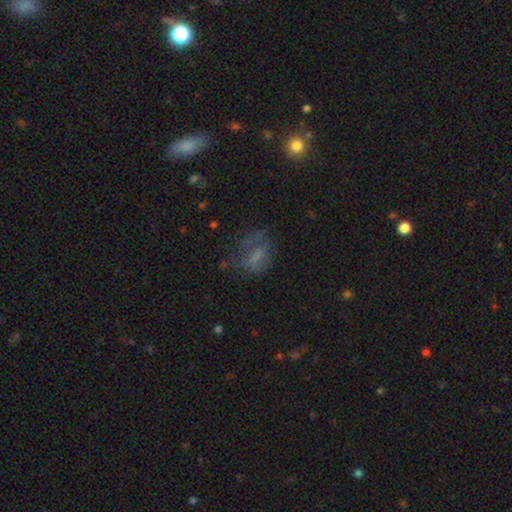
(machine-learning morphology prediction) The model was most divided on "smooth or featured": smooth: 48%, featured or disk: 31%, star or artifact: 20%. Remaining: merging — none (47%).